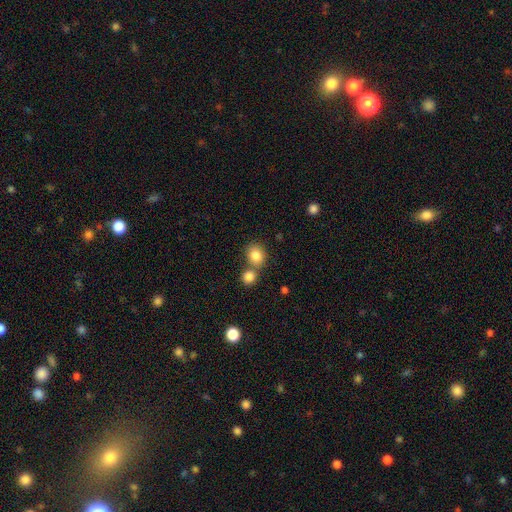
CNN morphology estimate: Smooth or featured?
  - smooth: 83% *
  - star or artifact: 10%
  - featured or disk: 7%
How rounded?
  - round: 73% *
  - in between: 26%
  - cigar-shaped: 1%
Merging?
  - none: 54% *
  - merger: 35%
  - minor disturbance: 8%
  - major disturbance: 3%